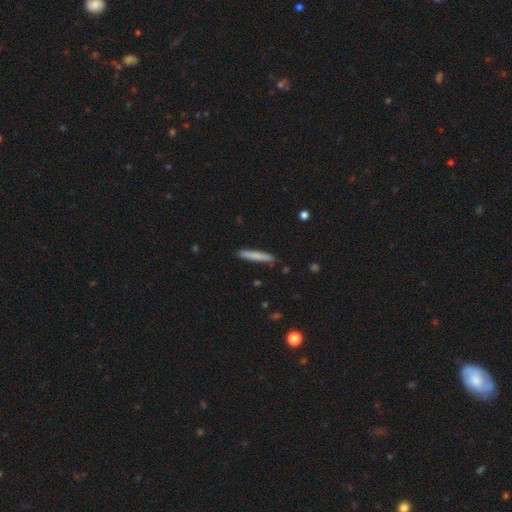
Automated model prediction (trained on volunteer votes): Smooth or featured? Predicted: smooth (p=0.77). How rounded? Predicted: cigar-shaped (p=0.95). Merging? Predicted: none (p=0.87).